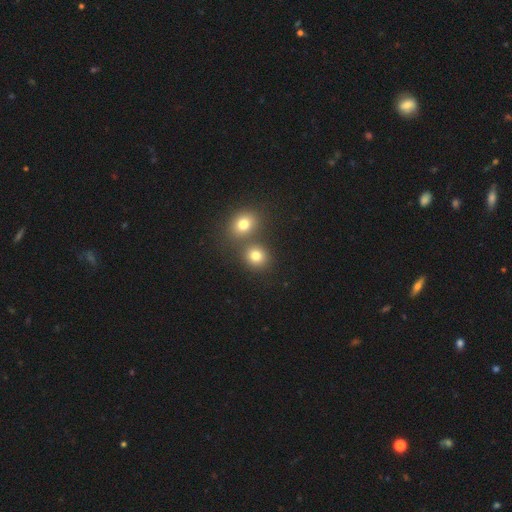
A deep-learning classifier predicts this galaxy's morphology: Smooth or featured? Predicted: smooth (p=0.77). How rounded? Predicted: round (p=0.79). Merging? Predicted: none (p=0.63).